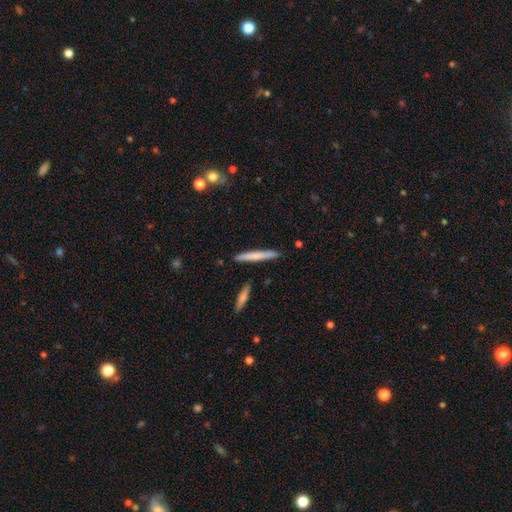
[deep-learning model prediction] A smooth galaxy with no disk features (69%) that is cigar-shaped (95%). Merging: none (87%).